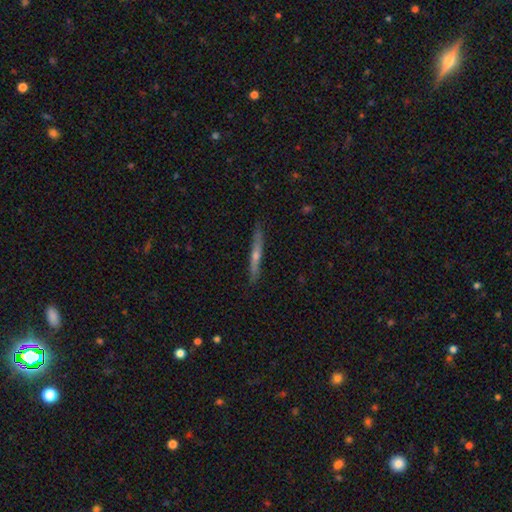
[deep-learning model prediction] This appears to be a featured or disk galaxy (63%) viewed edge-on (96%) with a rounded central bulge (74%). Merging: none (88%).